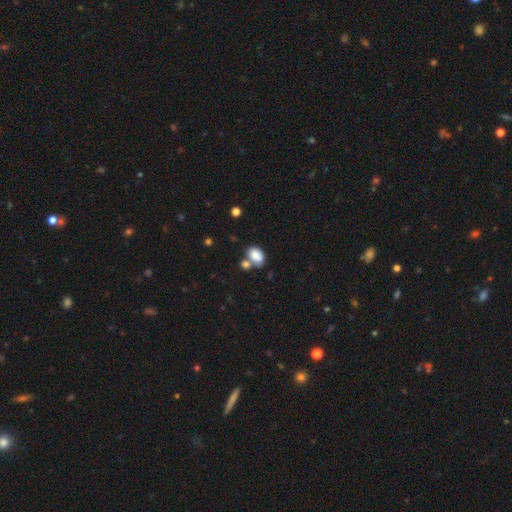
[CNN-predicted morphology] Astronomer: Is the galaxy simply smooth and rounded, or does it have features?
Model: smooth — 83%.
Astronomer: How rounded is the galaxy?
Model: in between — 83%.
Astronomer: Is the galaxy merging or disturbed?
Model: none — 43% (runner-up: merger, 39%).